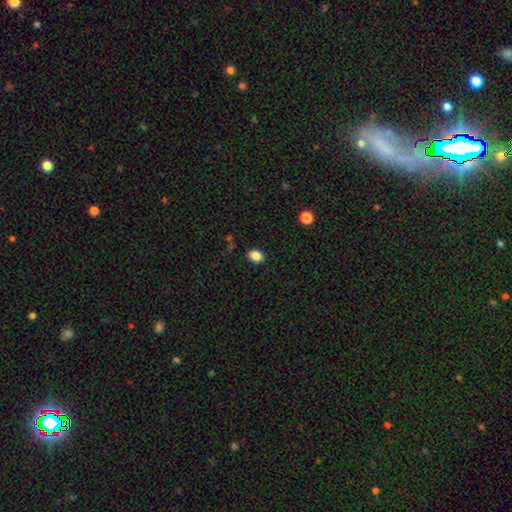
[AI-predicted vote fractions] This appears to be a smooth galaxy with no disk features (86%) that is in between round and cigar-shaped (58%). Merging: none (86%).